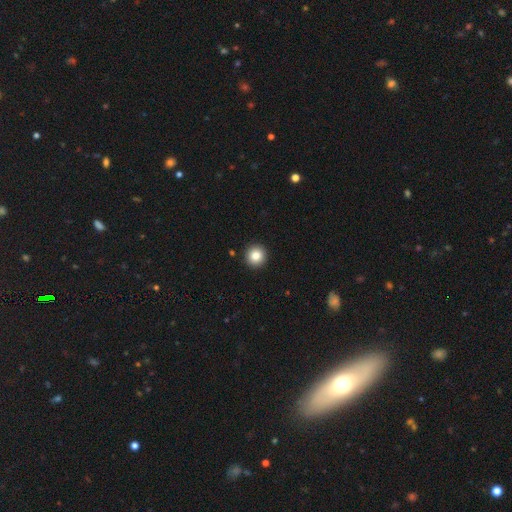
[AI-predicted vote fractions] A smooth galaxy with no disk features (84%) that is round (95%).

Vote fractions:
- Smooth or featured? smooth: 84% / star or artifact: 10% / featured or disk: 6%
- How rounded? round: 95% / in between: 4% / cigar-shaped: 1%
- Merging? none: 93% / minor disturbance: 5% / major disturbance: 2% / merger: 1%